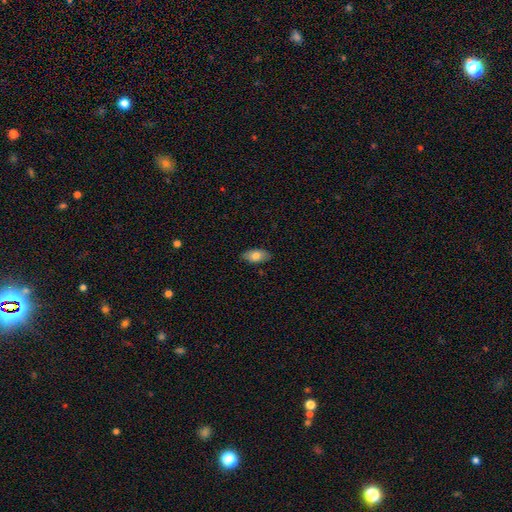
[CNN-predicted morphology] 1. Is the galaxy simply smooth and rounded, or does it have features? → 79% smooth, 14% featured or disk, 7% star or artifact.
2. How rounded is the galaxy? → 91% in between, 6% cigar-shaped, 3% round.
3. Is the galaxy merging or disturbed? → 86% none, 11% minor disturbance, 2% major disturbance, 1% merger.